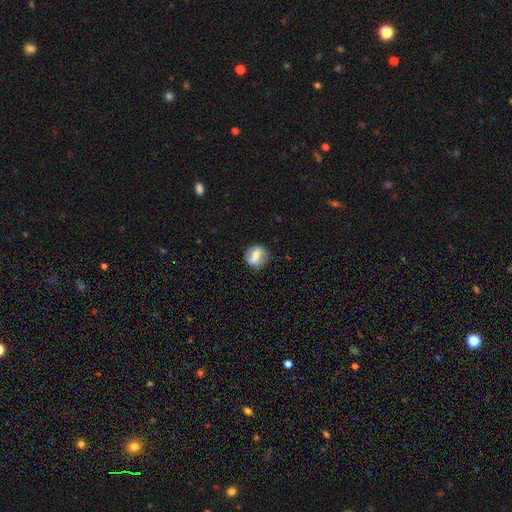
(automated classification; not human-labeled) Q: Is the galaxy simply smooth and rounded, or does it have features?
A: featured or disk — 54%.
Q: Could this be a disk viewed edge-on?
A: no — 94%.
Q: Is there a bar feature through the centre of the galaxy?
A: strong — 44%.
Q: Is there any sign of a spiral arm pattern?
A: yes — 61%.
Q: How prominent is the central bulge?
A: moderate — 60%.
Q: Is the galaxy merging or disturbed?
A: none — 78%.